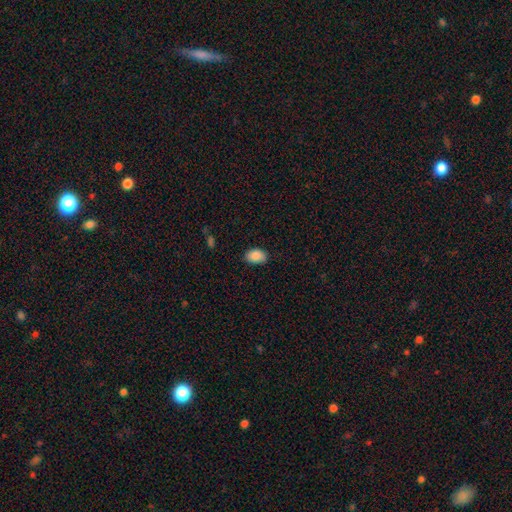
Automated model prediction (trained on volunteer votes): smooth_or_featured: smooth (p=0.88) [alt: star or artifact p=0.07]
how_rounded: in between (p=0.87) [alt: round p=0.12]
merging: none (p=0.85) [alt: minor disturbance p=0.12]